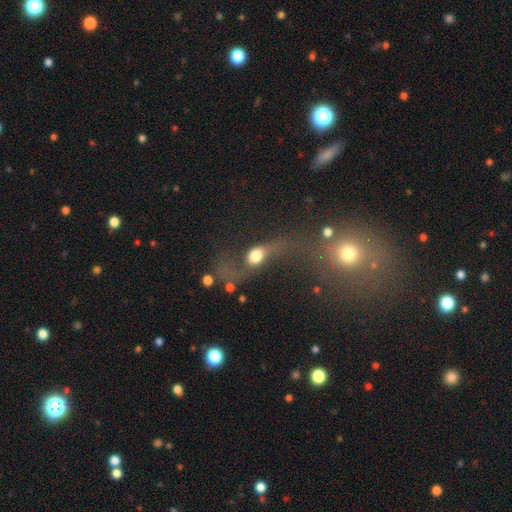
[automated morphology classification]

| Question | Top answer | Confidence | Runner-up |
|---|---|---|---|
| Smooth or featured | smooth | 51% | featured or disk (37%) |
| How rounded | in between | 53% | round (41%) |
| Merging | major disturbance | 46% | none (22%) |